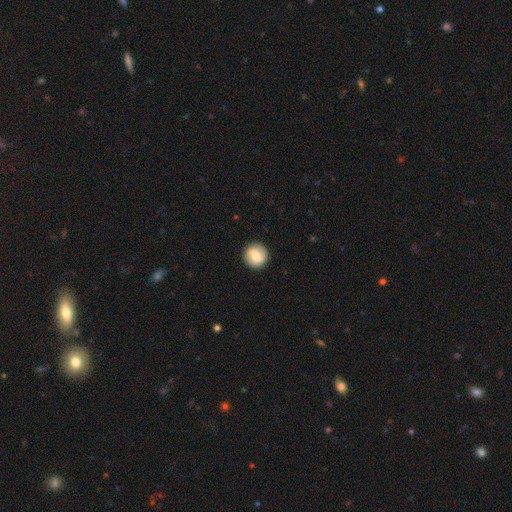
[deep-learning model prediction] This is possibly a smooth galaxy (49%). Merging: clearly none (88%).